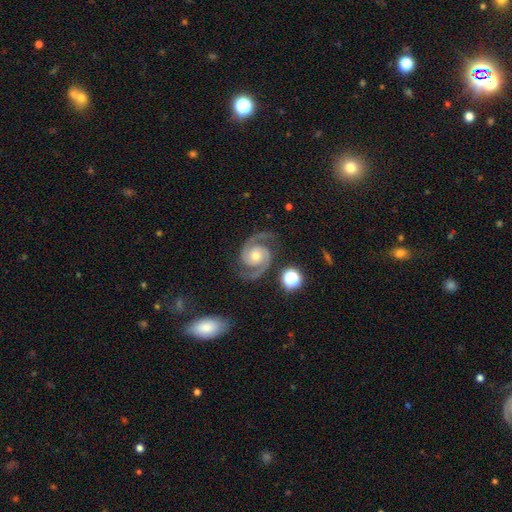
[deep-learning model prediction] Smooth or featured: featured or disk — 92% (star or artifact — 5%)
Edge-on disk: no — 98% (yes — 2%)
Bar: no — 69% (weak — 23%)
Spiral arms: yes — 99% (no — 1%)
Spiral winding: medium — 55% (tight — 37%)
Spiral arm count: 2 — 94% (3 — 2%)
Bulge size: moderate — 60% (small — 33%)
Merging: none — 83% (minor disturbance — 12%)